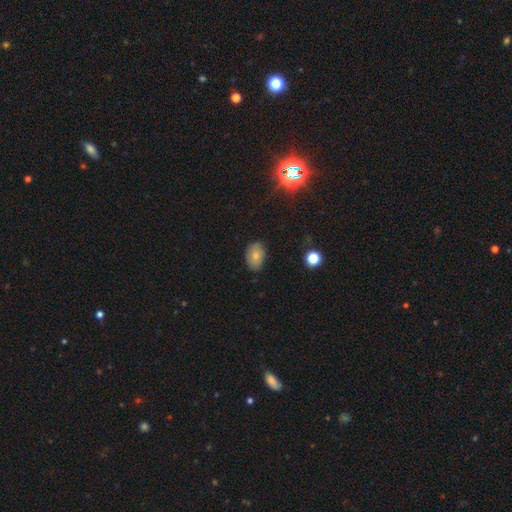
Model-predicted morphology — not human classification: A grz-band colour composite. It shows a smooth galaxy with no disk features (79%) that is in between round and cigar-shaped (84%). Merging: none (80%).